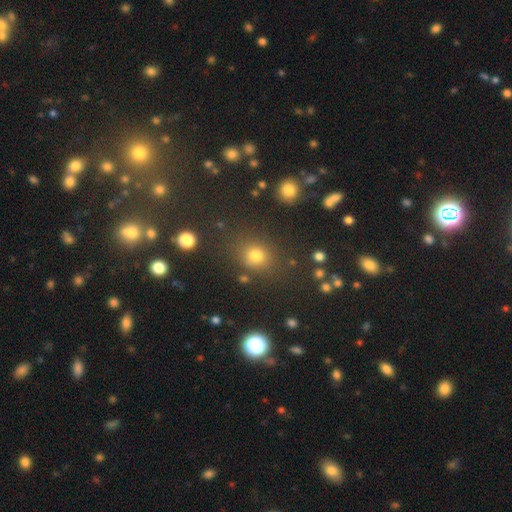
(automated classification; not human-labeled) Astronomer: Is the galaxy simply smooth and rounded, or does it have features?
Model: smooth — 74%.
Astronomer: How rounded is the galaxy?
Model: round — 78%.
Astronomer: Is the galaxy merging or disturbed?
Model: none — 79%.